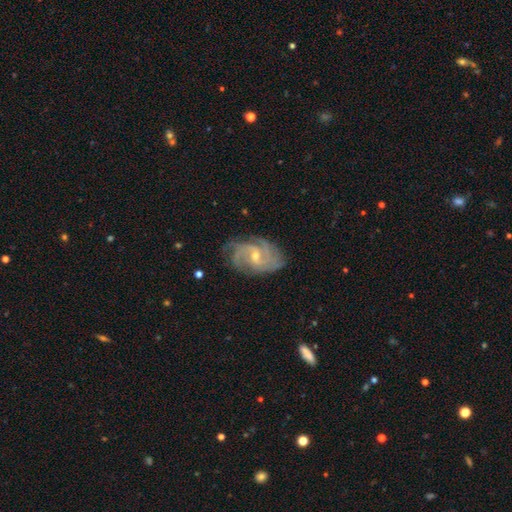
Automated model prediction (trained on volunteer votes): A featured or disk galaxy (88%) with no bar (47%), 3 (27%) tight (56%) spiral arms (98%) and a small central bulge (56%).

Vote fractions:
- Smooth or featured? featured or disk: 88% / star or artifact: 6% / smooth: 5%
- Edge-on disk? no: 97% / yes: 3%
- Bar? no: 47% / weak: 42% / strong: 11%
- Spiral arms? yes: 98% / no: 2%
- Spiral winding? tight: 56% / medium: 36% / loose: 8%
- Spiral arm count? 3: 27% / 4: 21% / can't tell: 20% / 2: 18% / more than 4: 7% / 1: 6%
- Bulge size? small: 56% / moderate: 41% / large: 1% / none: 1% / dominant: 1%
- Merging? none: 76% / minor disturbance: 17% / major disturbance: 6% / merger: 1%